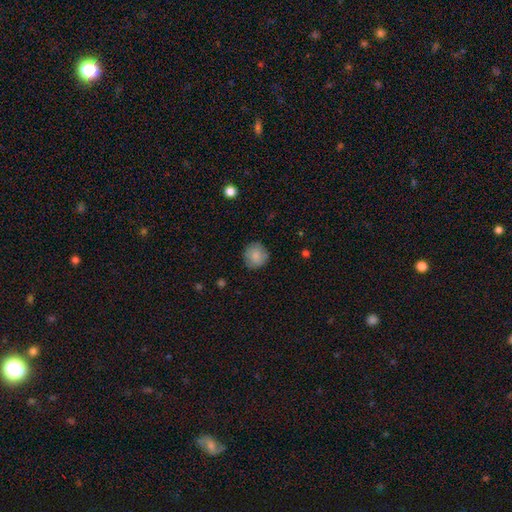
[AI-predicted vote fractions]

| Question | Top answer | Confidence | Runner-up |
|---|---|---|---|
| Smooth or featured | smooth | 82% | featured or disk (11%) |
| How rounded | round | 92% | in between (7%) |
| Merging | none | 85% | minor disturbance (11%) |